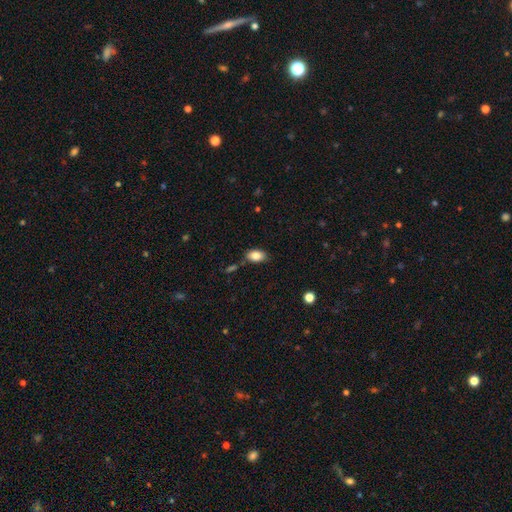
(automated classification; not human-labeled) The model was most divided on "merging": none: 77%, minor disturbance: 14%, merger: 5%, major disturbance: 3%. More confident: how rounded — in between (89%); smooth or featured — smooth (85%).